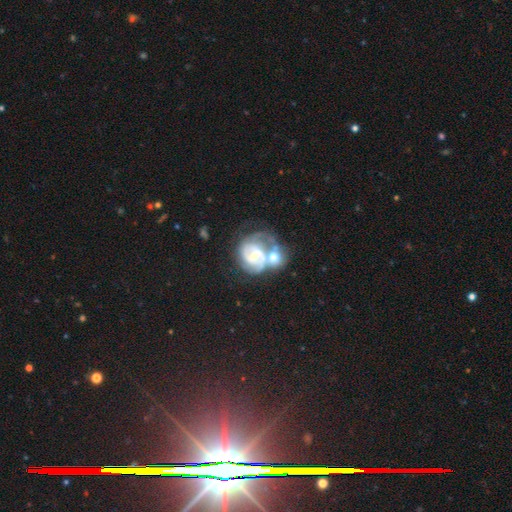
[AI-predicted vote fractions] Morphology: type=featured or disk (77%); edge-on=no (98%); bar=no (47%); spiral arms=yes (81%); winding=tight (52%); arm count=2 (47%); bulge=moderate (52%); merging=merger (52%).